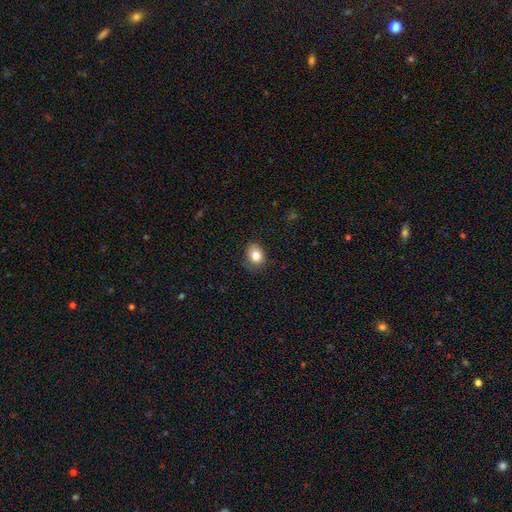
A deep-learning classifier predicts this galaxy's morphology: A smooth galaxy with no disk features (82%) that is in between round and cigar-shaped (51%). Merging: none (79%).